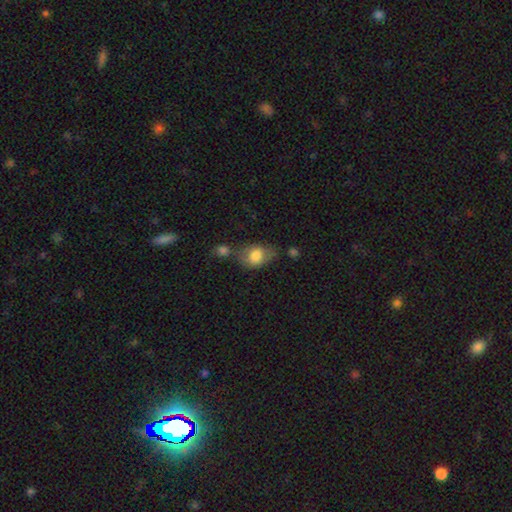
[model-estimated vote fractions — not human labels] smooth 78%, featured or disk 15%, star or artifact 8%. Down the decision tree: how rounded — in between (71%); merging — none (45%).